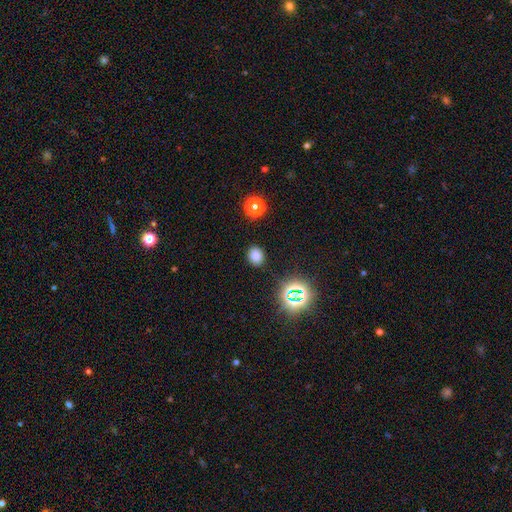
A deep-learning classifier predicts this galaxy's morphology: Smooth or featured?
  - smooth: 76% *
  - star or artifact: 19%
  - featured or disk: 5%
How rounded?
  - round: 61% *
  - in between: 38%
  - cigar-shaped: 1%
Merging?
  - none: 86% *
  - minor disturbance: 9%
  - major disturbance: 3%
  - merger: 2%